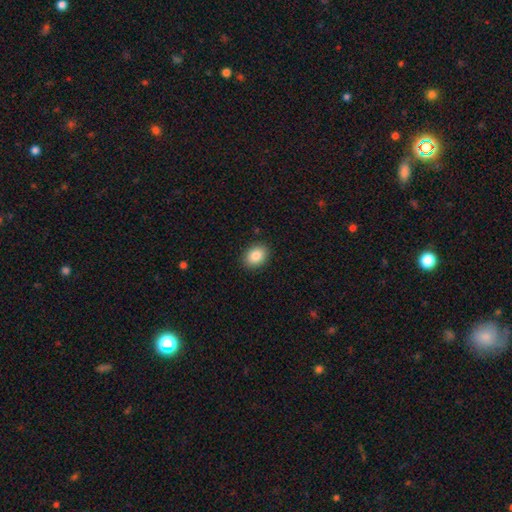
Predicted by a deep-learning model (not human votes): Smooth or featured? smooth (86%)
How rounded? in between (73%)
Merging? none (89%)